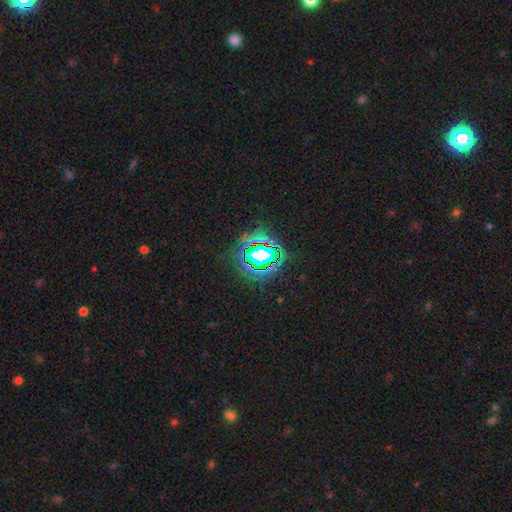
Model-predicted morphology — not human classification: This appears to be a star or artifact, not a galaxy (80%).